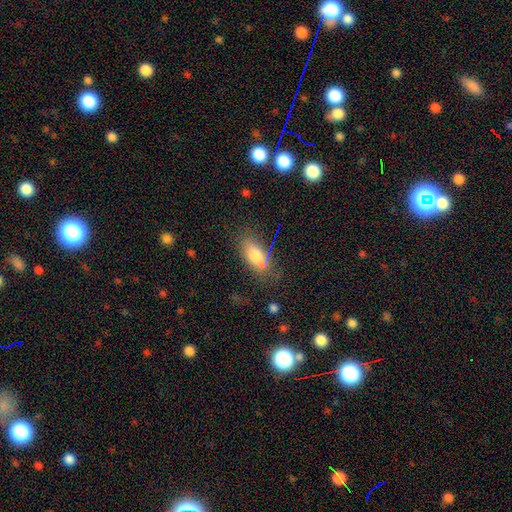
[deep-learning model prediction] smooth_or_featured: smooth (p=0.71) [alt: featured or disk p=0.20]
how_rounded: in between (p=0.87) [alt: cigar-shaped p=0.08]
merging: none (p=0.65) [alt: minor disturbance p=0.23]